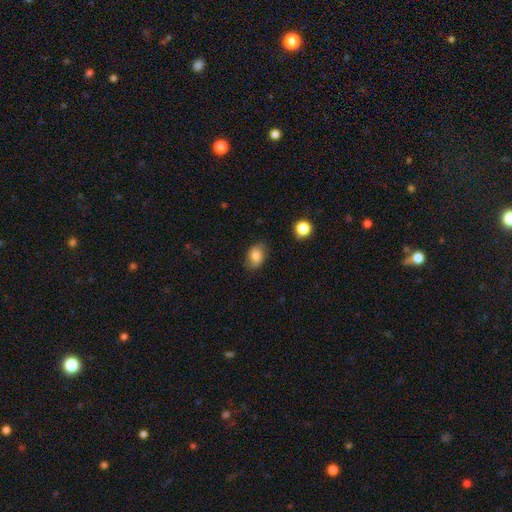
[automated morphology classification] smooth-or-featured: smooth: 84% | star or artifact: 9% | featured or disk: 7%
  how-rounded: in between: 72% | round: 27% | cigar-shaped: 1%
  merging: none: 76% | minor disturbance: 18% | major disturbance: 4% | merger: 1%